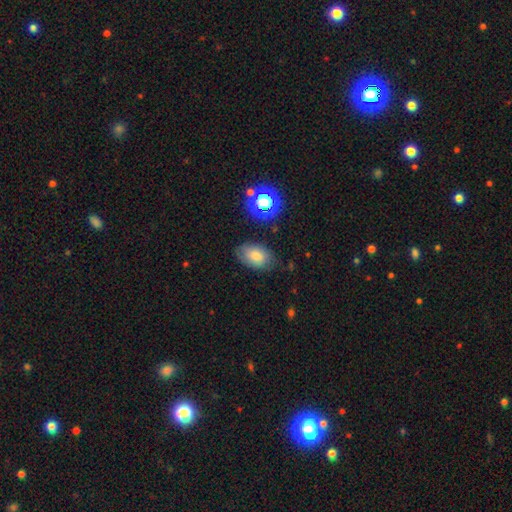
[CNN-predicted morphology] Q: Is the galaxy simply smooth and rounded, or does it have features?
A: smooth — 75%.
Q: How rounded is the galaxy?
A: in between — 88%.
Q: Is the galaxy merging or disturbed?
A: none — 74%.